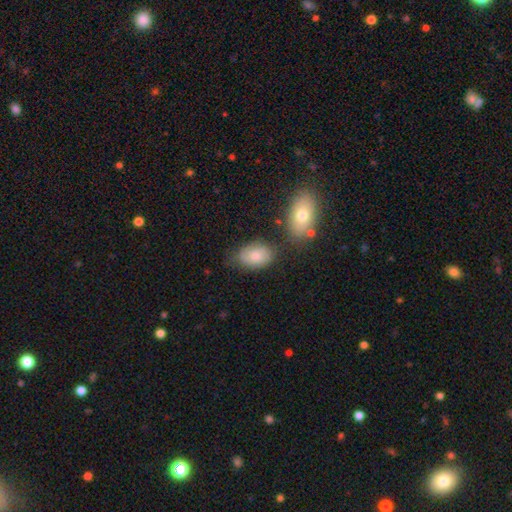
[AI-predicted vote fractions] A smooth galaxy with no disk features (78%) that is in between round and cigar-shaped (87%).

Vote fractions:
- Smooth or featured? smooth: 78% / featured or disk: 14% / star or artifact: 8%
- How rounded? in between: 87% / round: 12% / cigar-shaped: 1%
- Merging? none: 66% / minor disturbance: 19% / merger: 9% / major disturbance: 5%